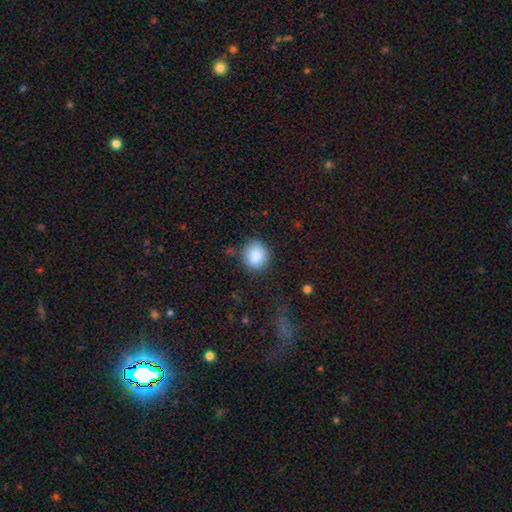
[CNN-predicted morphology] Smooth or featured?
  - smooth: 88% *
  - star or artifact: 8%
  - featured or disk: 4%
How rounded?
  - round: 74% *
  - in between: 25%
  - cigar-shaped: 1%
Merging?
  - none: 77% *
  - minor disturbance: 15%
  - major disturbance: 4%
  - merger: 3%